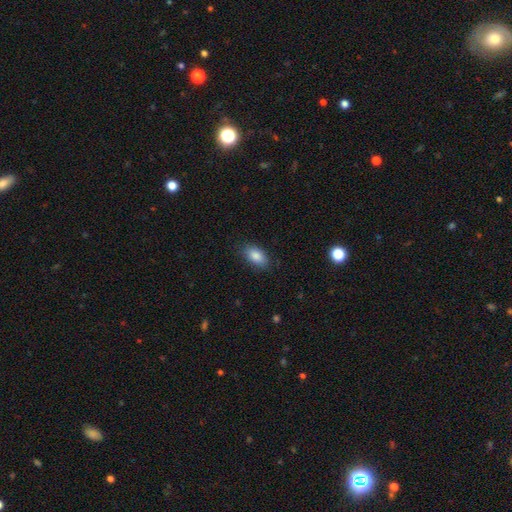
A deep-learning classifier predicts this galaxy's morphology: Smooth or featured? Predicted: smooth (p=0.85). How rounded? Predicted: in between (p=0.91). Merging? Predicted: none (p=0.85).